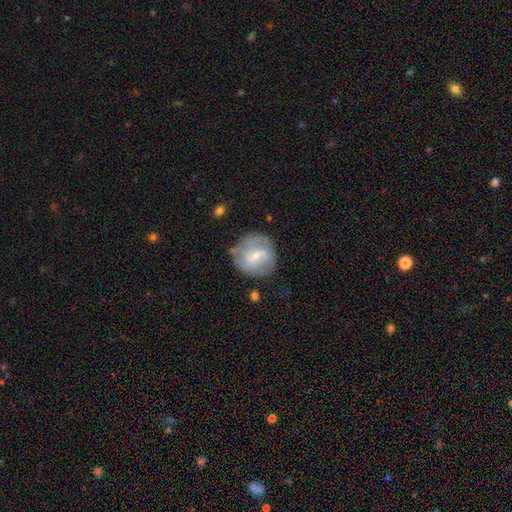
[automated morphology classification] type=featured or disk (60%); edge-on=no (97%); bar=weak (51%); spiral arms=yes (77%); bulge=small (64%); merging=none (70%).